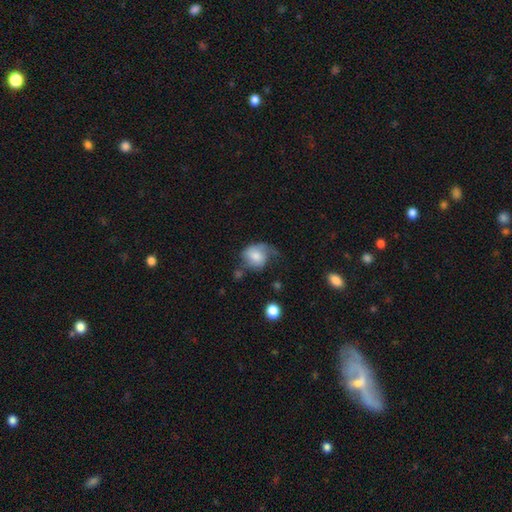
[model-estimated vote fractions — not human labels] Q: Smooth or featured?
A: smooth (59%); runner-up: featured or disk (33%)
Q: How rounded?
A: round (59%); runner-up: in between (40%)
Q: Merging?
A: none (33%); runner-up: major disturbance (32%)